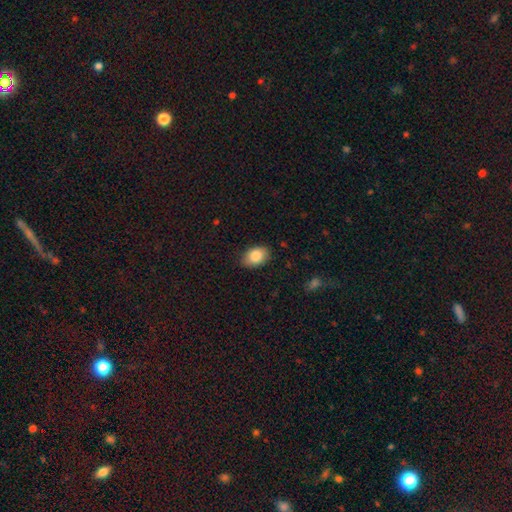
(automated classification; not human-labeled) Smooth or featured? smooth (86%)
How rounded? in between (84%)
Merging? none (84%)